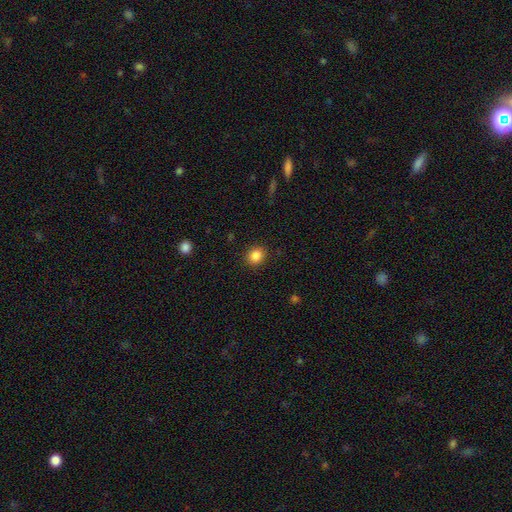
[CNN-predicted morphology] The model was most divided on "how rounded": round: 78%, in between: 21%, cigar-shaped: 1%. More confident: merging — none (90%); smooth or featured — smooth (86%).